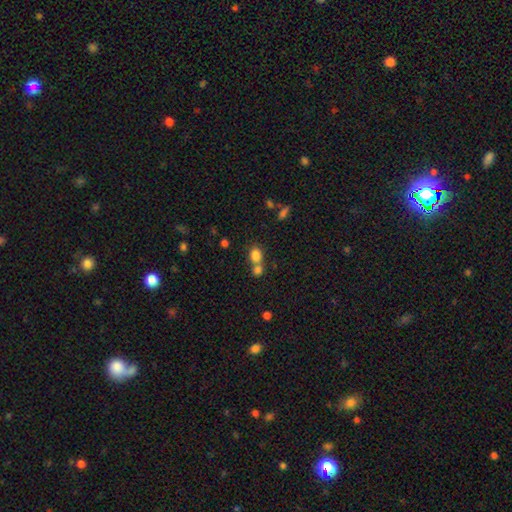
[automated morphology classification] smooth_or_featured: smooth (p=0.81) [alt: star or artifact p=0.12]
how_rounded: round (p=0.58) [alt: in between p=0.41]
merging: merger (p=0.51) [alt: none p=0.39]